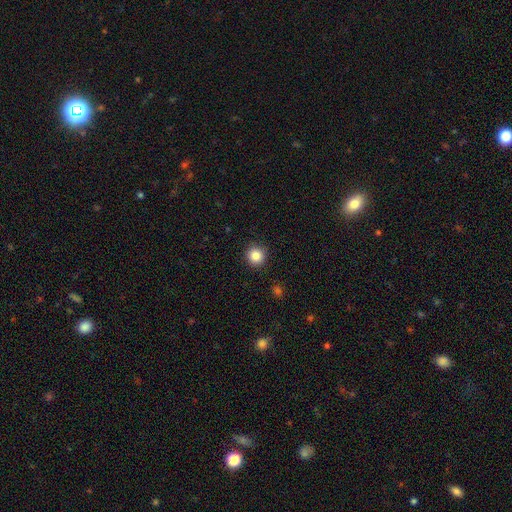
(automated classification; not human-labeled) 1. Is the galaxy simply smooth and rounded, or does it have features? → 85% smooth, 10% star or artifact, 4% featured or disk.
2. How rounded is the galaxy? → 94% round, 5% in between, 1% cigar-shaped.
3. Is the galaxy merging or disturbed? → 91% none, 6% minor disturbance, 2% major disturbance, 1% merger.